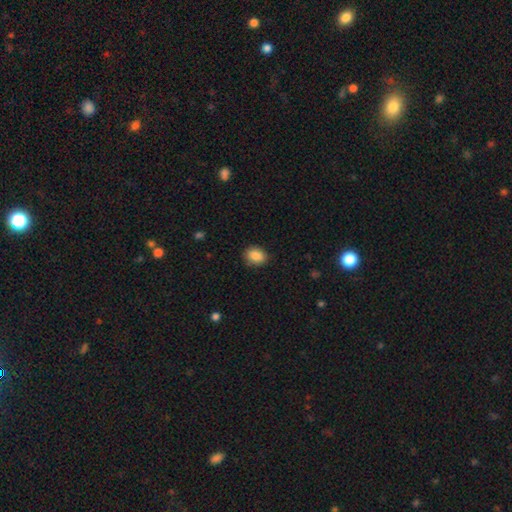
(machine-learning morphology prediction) Smooth or featured? Predicted: smooth (p=0.87). How rounded? Predicted: in between (p=0.66). Merging? Predicted: none (p=0.84).